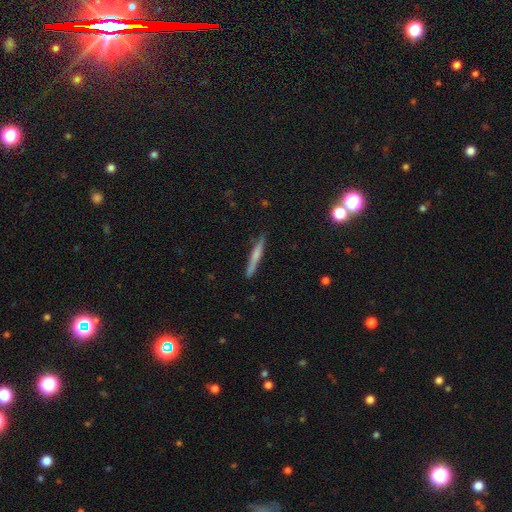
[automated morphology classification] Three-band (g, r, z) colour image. It shows a smooth galaxy with no disk features (54%) that is cigar-shaped (95%). Merging: none (87%).